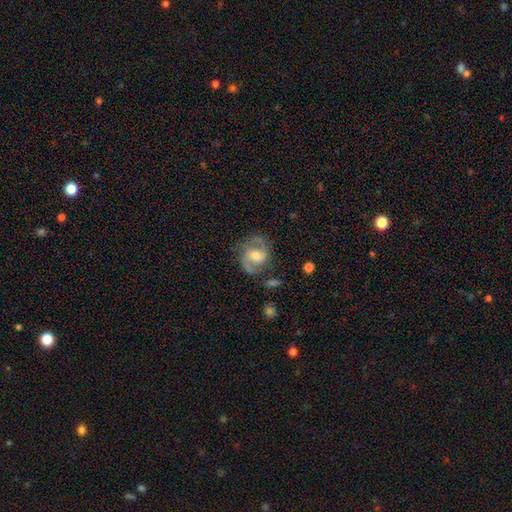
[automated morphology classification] This is clearly a featured or disk galaxy (82%). It is clearly not viewed edge-on (98%). Bar: marginally no (44%). Spiral arm pattern: clearly yes (95%). Spiral arm count: clearly 2 (90%). Spiral winding: possibly medium (57%). Central bulge: possibly moderate (59%). Merging: likely none (74%).